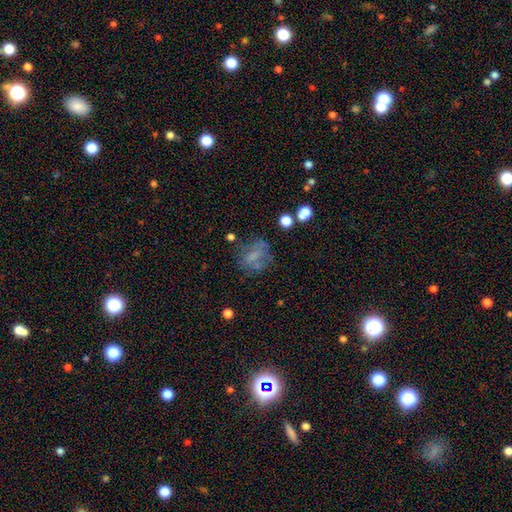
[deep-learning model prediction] Smooth or featured?
  - smooth: 47% *
  - featured or disk: 34%
  - star or artifact: 19%
Merging?
  - none: 54% *
  - minor disturbance: 21%
  - major disturbance: 19%
  - merger: 6%